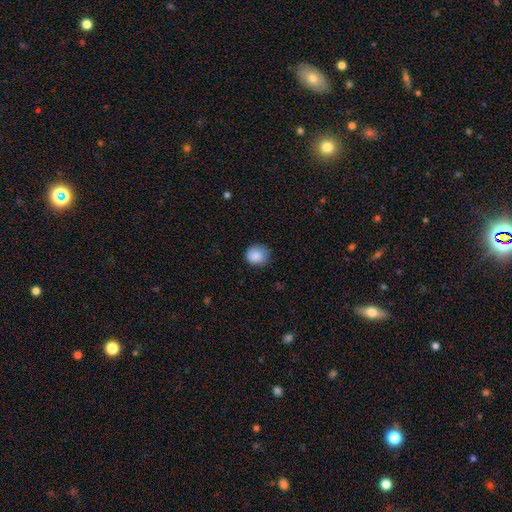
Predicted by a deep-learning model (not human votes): Q: Smooth or featured?
A: smooth (88%); runner-up: star or artifact (8%)
Q: How rounded?
A: round (85%); runner-up: in between (14%)
Q: Merging?
A: none (77%); runner-up: minor disturbance (18%)